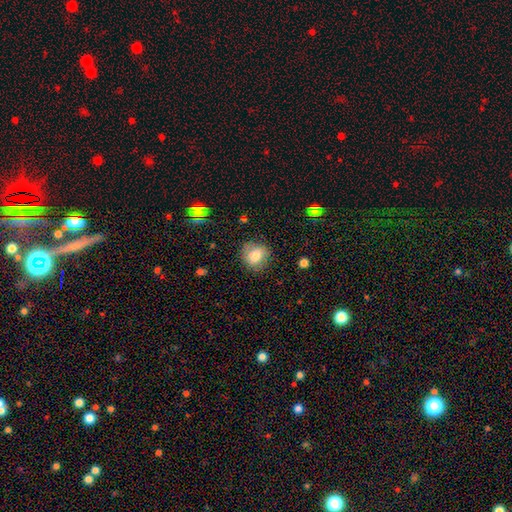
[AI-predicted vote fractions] smooth_or_featured: smooth (p=0.76) [alt: featured or disk p=0.15]
how_rounded: round (p=0.78) [alt: in between p=0.21]
merging: none (p=0.78) [alt: minor disturbance p=0.16]